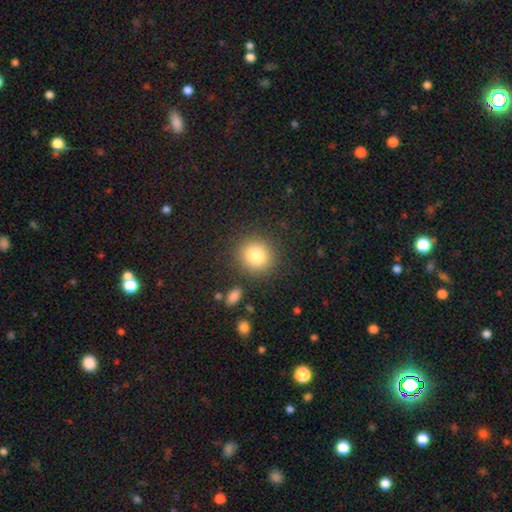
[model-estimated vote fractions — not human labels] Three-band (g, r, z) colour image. It shows a smooth galaxy with no disk features (82%) that is round (88%). Merging: none (86%).